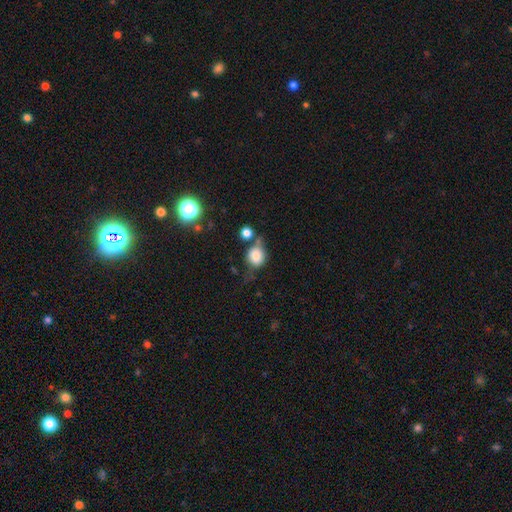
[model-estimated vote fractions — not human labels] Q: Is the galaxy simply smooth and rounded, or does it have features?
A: smooth — 79%.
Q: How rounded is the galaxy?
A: round — 66%.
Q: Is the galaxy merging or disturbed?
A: none — 45%.